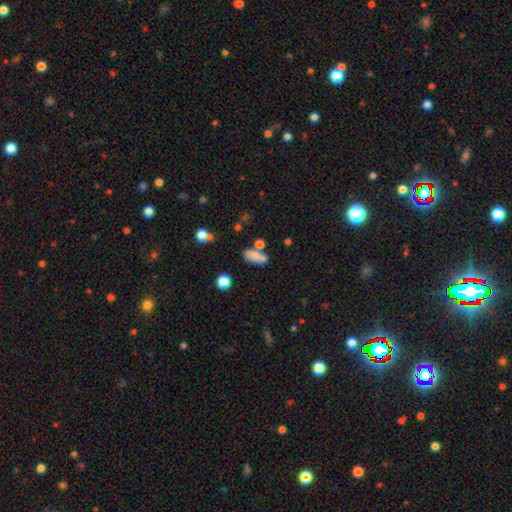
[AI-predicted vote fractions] Smooth or featured? smooth (70%)
How rounded? in between (82%)
Merging? none (49%)